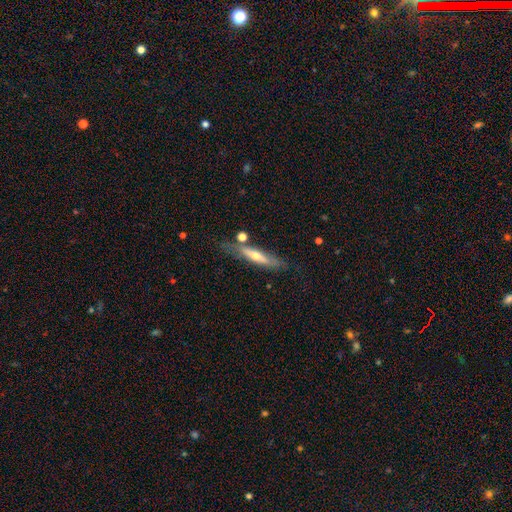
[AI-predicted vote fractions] Overall: featured or disk (57%; smooth 36%). Edge-on disk: yes (78%). Merging: none (69%).